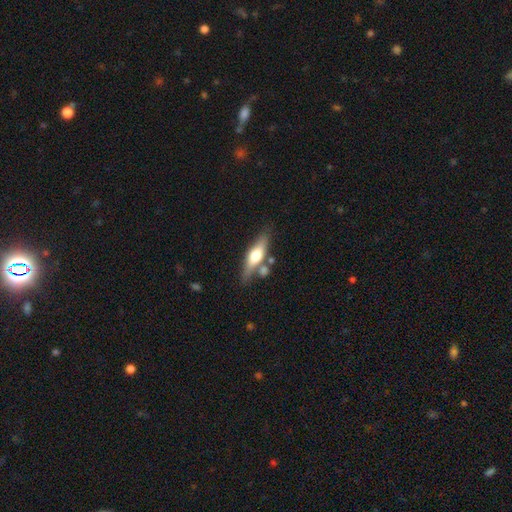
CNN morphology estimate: This is possibly a featured or disk galaxy (50%). Merging: likely none (65%).